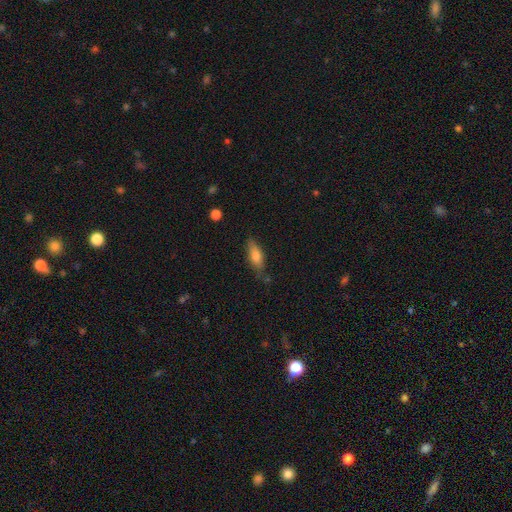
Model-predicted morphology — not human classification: smooth_or_featured: smooth (p=0.70) [alt: featured or disk p=0.23]
how_rounded: in between (p=0.59) [alt: cigar-shaped p=0.38]
merging: none (p=0.69) [alt: minor disturbance p=0.22]